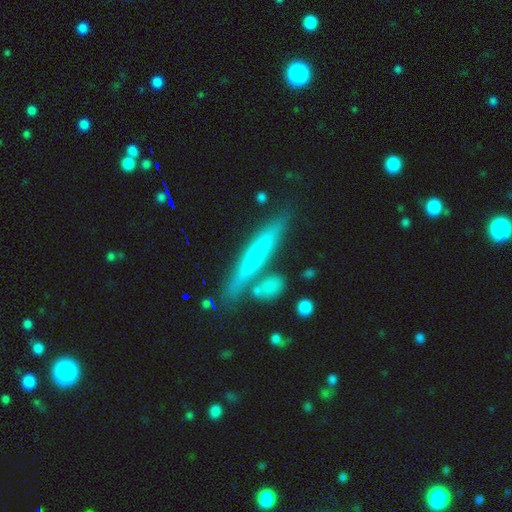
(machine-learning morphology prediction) The model was most divided on "smooth or featured": smooth: 57%, featured or disk: 36%, star or artifact: 7%. More confident: how rounded — cigar-shaped (93%); merging — none (75%).